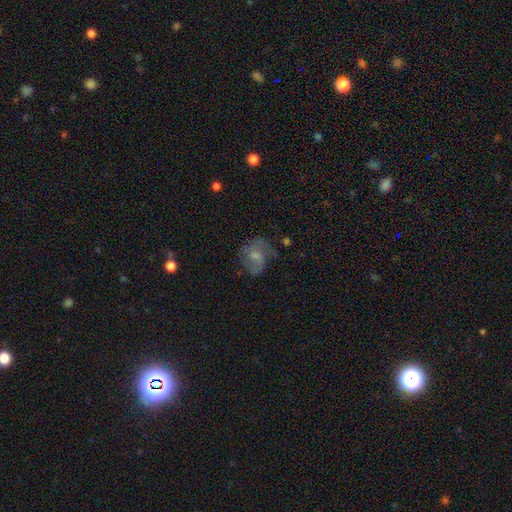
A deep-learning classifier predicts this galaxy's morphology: This is possibly a featured or disk galaxy (56%). It is clearly not viewed edge-on (97%). Bar: likely no (61%). Spiral arm pattern: likely yes (78%). Central bulge: marginally small (44%). Merging: possibly none (54%).